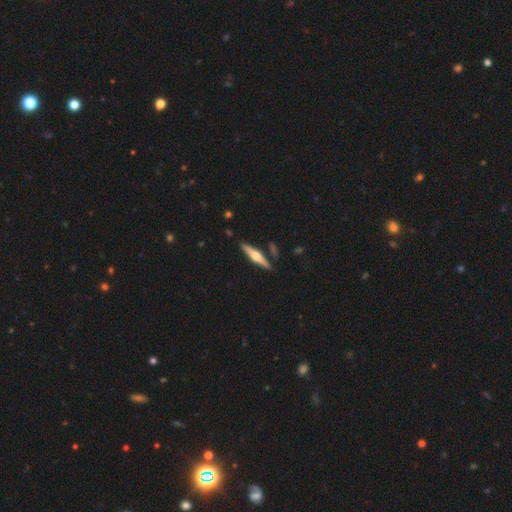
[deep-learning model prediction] A featured or disk galaxy (69%) viewed edge-on (97%) with a rounded central bulge (93%). Merging: none (87%).